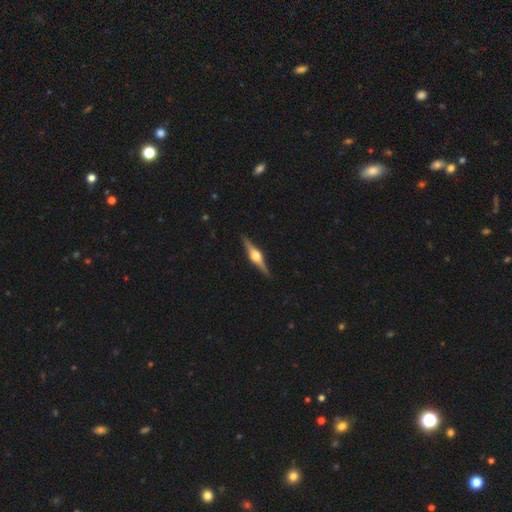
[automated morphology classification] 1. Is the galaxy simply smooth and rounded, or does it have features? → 82% featured or disk, 13% smooth, 5% star or artifact.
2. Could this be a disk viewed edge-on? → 98% yes, 2% no.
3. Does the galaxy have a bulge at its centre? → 95% rounded, 4% boxy, 1% none.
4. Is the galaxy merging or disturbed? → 91% none, 7% minor disturbance, 1% major disturbance, 1% merger.